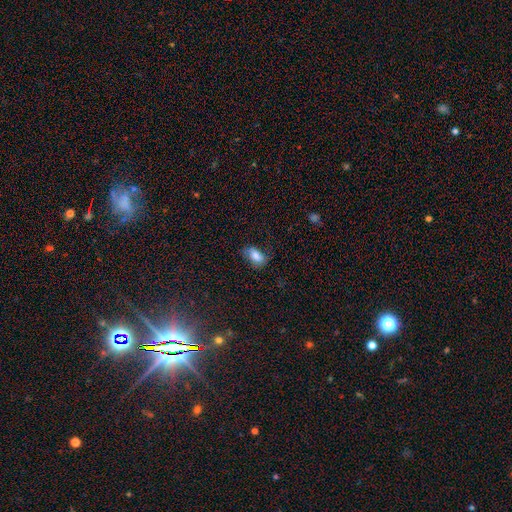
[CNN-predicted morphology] Q: Smooth or featured?
A: smooth (76%); runner-up: featured or disk (15%)
Q: How rounded?
A: in between (90%); runner-up: round (7%)
Q: Merging?
A: none (66%); runner-up: minor disturbance (23%)